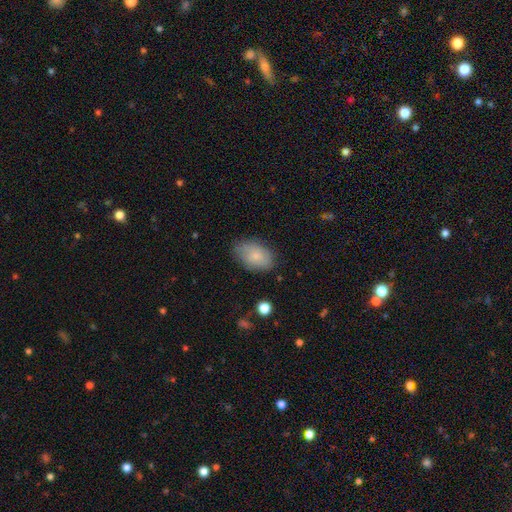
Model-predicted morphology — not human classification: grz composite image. It shows a smooth galaxy with no disk features (74%) that is in between round and cigar-shaped (89%). Merging: none (75%).